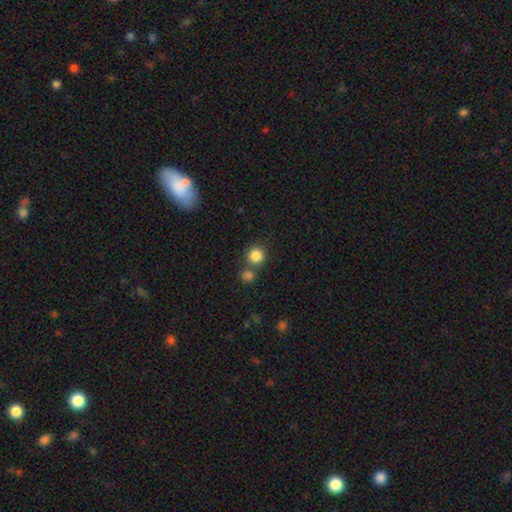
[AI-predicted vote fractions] The model was most divided on "merging": none: 66%, merger: 23%, minor disturbance: 8%, major disturbance: 3%. More confident: how rounded — round (92%); smooth or featured — smooth (84%).